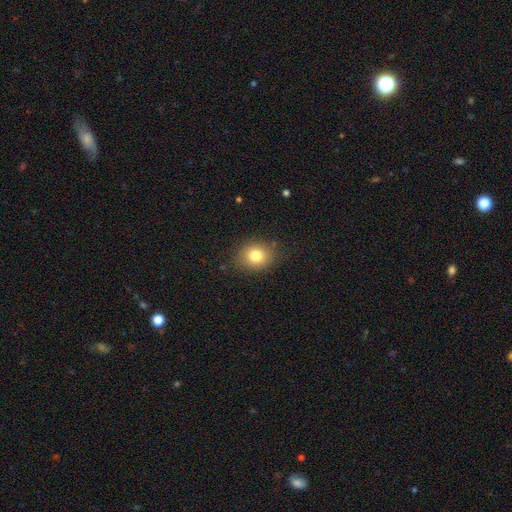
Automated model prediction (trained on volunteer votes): Smooth or featured? smooth (80%)
How rounded? round (61%)
Merging? none (83%)